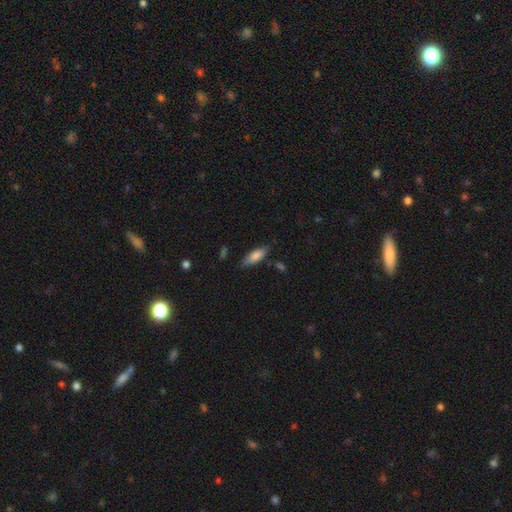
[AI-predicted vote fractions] Overall: smooth (78%). How rounded: in between (62%; cigar-shaped 36%). Merging: none (75%).